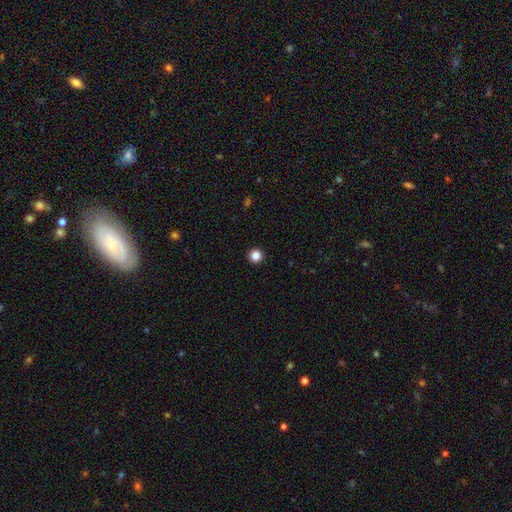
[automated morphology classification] This appears to be a smooth galaxy with no disk features (85%) that is round (96%). Merging: none (94%).